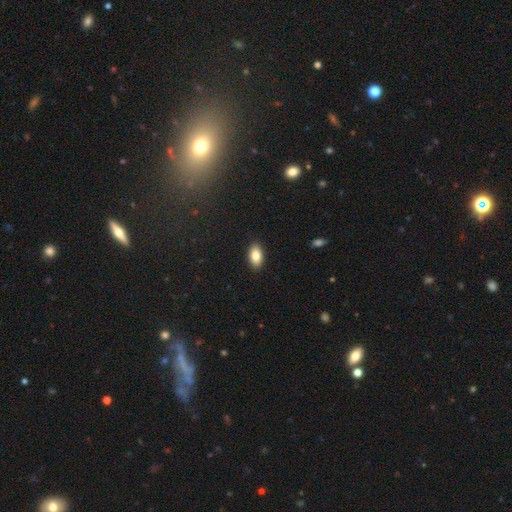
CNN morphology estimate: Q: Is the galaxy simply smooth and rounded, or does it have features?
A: smooth — 84%.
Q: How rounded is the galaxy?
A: in between — 92%.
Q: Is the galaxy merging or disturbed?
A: none — 90%.